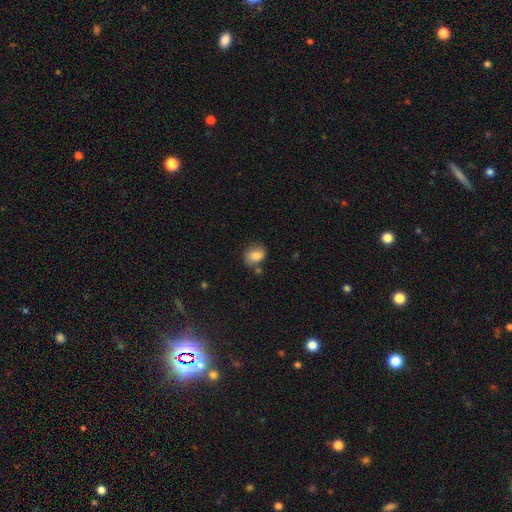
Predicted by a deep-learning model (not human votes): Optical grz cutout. It shows a smooth galaxy with no disk features (75%) that is in between round and cigar-shaped (51%). Merging: none (60%).